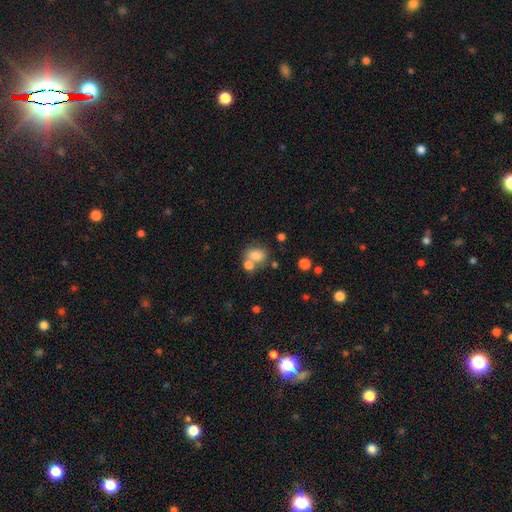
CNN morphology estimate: Q: Smooth or featured?
A: smooth (78%); runner-up: star or artifact (11%)
Q: How rounded?
A: in between (63%); runner-up: round (36%)
Q: Merging?
A: none (45%); runner-up: merger (37%)